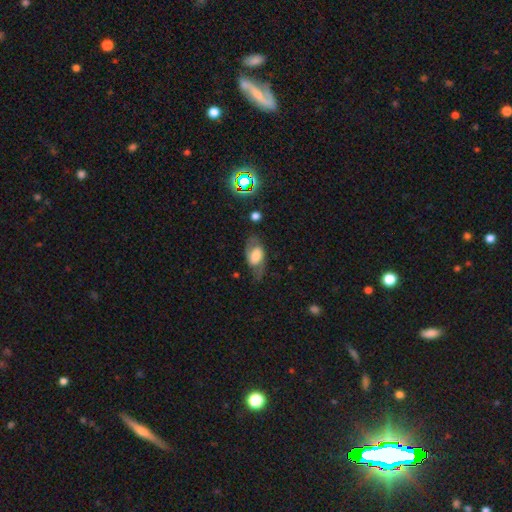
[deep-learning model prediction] smooth_or_featured: featured or disk (p=0.56) [alt: smooth p=0.36]
disk_edge_on: no (p=0.90) [alt: yes p=0.10]
bar: no (p=0.48) [alt: weak p=0.38]
has_spiral_arms: yes (p=0.76) [alt: no p=0.24]
bulge_size: moderate (p=0.42) [alt: large p=0.34]
merging: none (p=0.60) [alt: minor disturbance p=0.24]